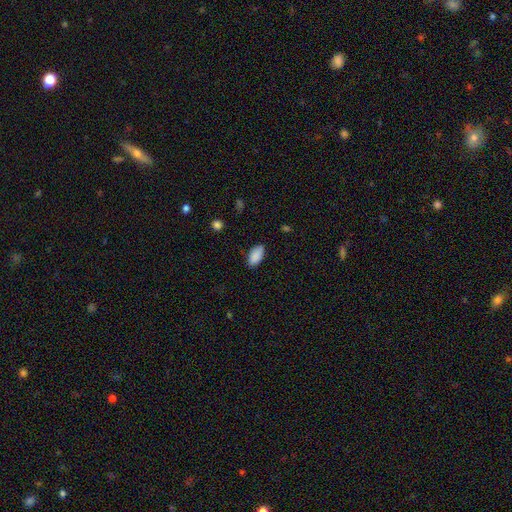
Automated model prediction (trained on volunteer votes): A smooth galaxy with no disk features (89%) that is in between round and cigar-shaped (94%). Merging: none (83%).